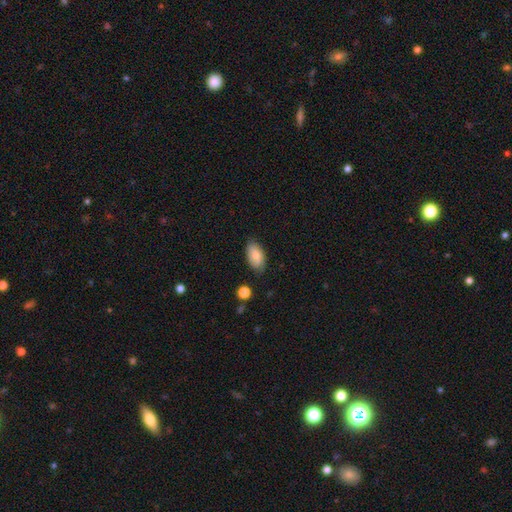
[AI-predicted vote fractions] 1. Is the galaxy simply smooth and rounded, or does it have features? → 79% smooth, 14% featured or disk, 7% star or artifact.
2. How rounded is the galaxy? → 93% in between, 4% round, 3% cigar-shaped.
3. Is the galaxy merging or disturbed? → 80% none, 16% minor disturbance, 3% major disturbance, 2% merger.